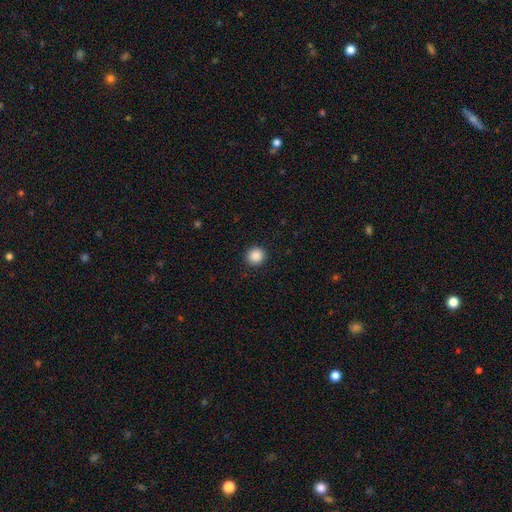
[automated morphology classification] A smooth galaxy with no disk features (88%) that is round (92%). Merging: none (92%).